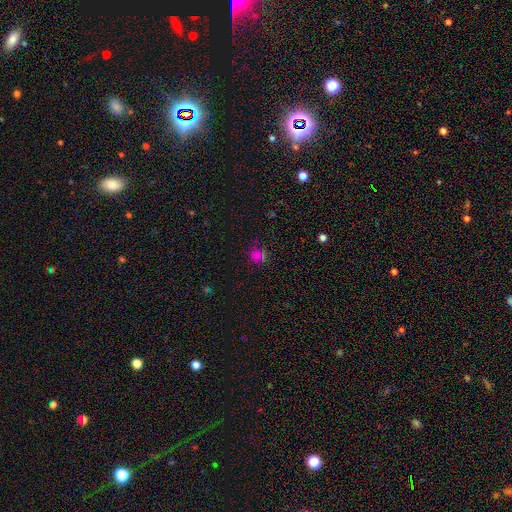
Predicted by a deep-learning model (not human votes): This is possibly a smooth galaxy (59%). How rounded: clearly round (87%). Merging: likely none (74%).